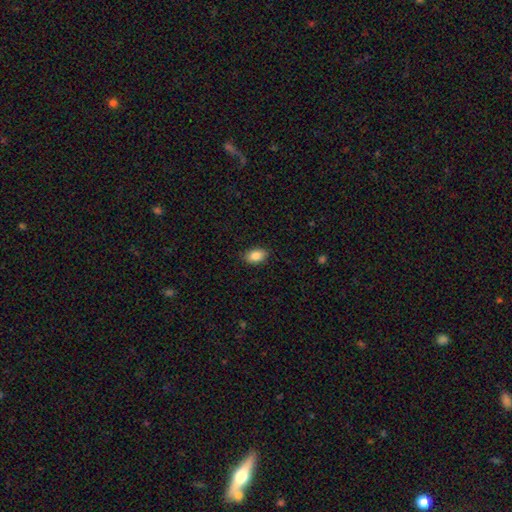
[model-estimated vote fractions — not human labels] Smooth or featured?
  - smooth: 87% *
  - star or artifact: 8%
  - featured or disk: 6%
How rounded?
  - in between: 89% *
  - round: 9%
  - cigar-shaped: 2%
Merging?
  - none: 87% *
  - minor disturbance: 9%
  - major disturbance: 2%
  - merger: 1%